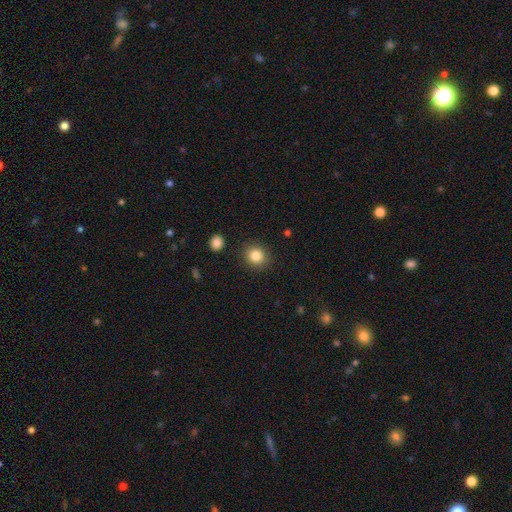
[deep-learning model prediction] smooth-or-featured: smooth: 84% | star or artifact: 10% | featured or disk: 6%
  how-rounded: round: 83% | in between: 16% | cigar-shaped: 1%
  merging: none: 89% | minor disturbance: 7% | major disturbance: 2% | merger: 2%